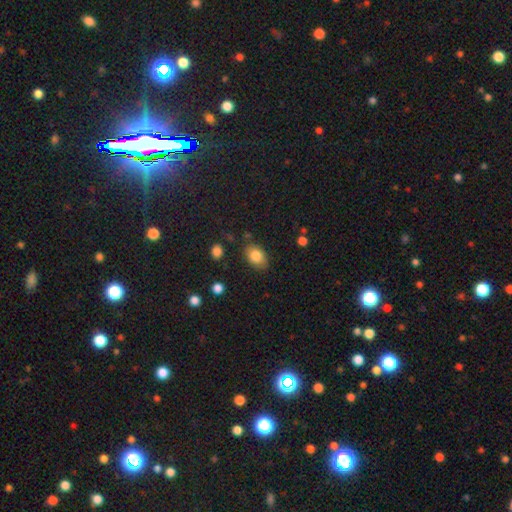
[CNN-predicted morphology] Overall: smooth (83%). How rounded: in between (78%). Merging: none (80%).